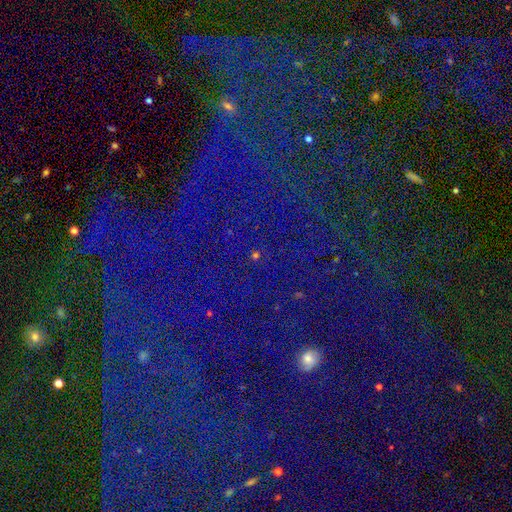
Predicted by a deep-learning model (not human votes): Overall: star or artifact (72%).